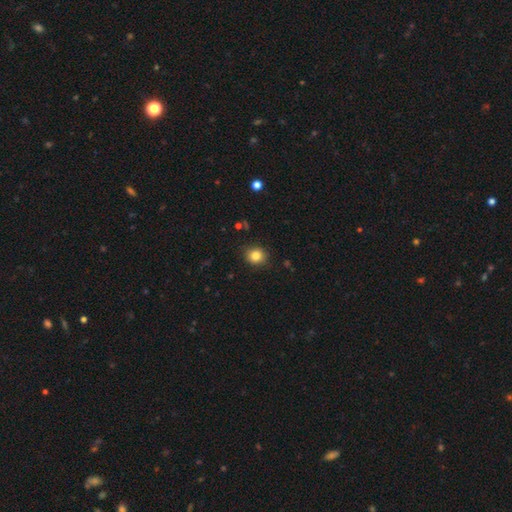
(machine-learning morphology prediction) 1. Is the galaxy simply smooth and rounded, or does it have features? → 83% smooth, 11% star or artifact, 6% featured or disk.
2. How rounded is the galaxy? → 80% round, 19% in between, 1% cigar-shaped.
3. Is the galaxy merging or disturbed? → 88% none, 8% minor disturbance, 2% major disturbance, 1% merger.